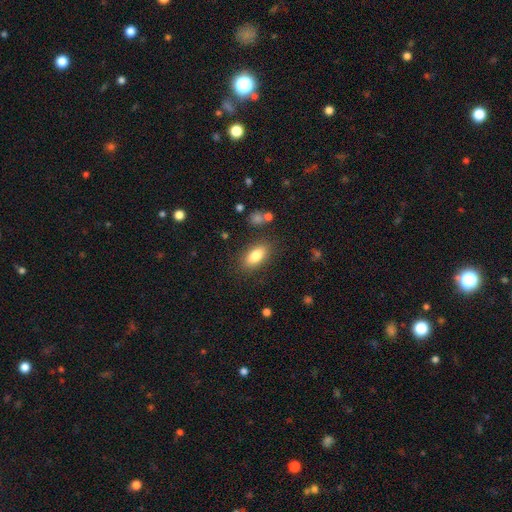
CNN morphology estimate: smooth 81%, featured or disk 12%, star or artifact 8%. Down the decision tree: how rounded — in between (84%); merging — none (84%).